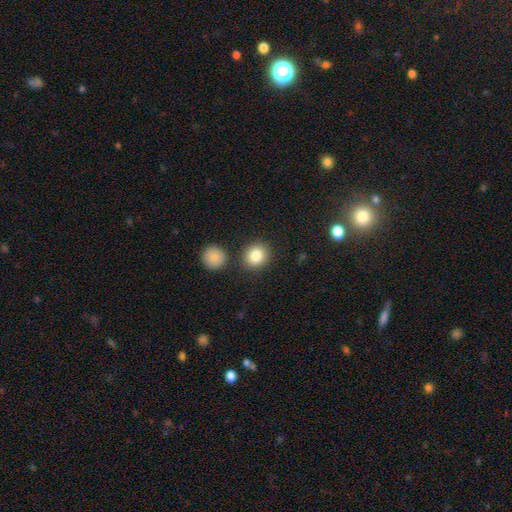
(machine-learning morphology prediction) Q: Smooth or featured?
A: smooth (85%); runner-up: star or artifact (9%)
Q: How rounded?
A: round (77%); runner-up: in between (22%)
Q: Merging?
A: none (83%); runner-up: minor disturbance (8%)